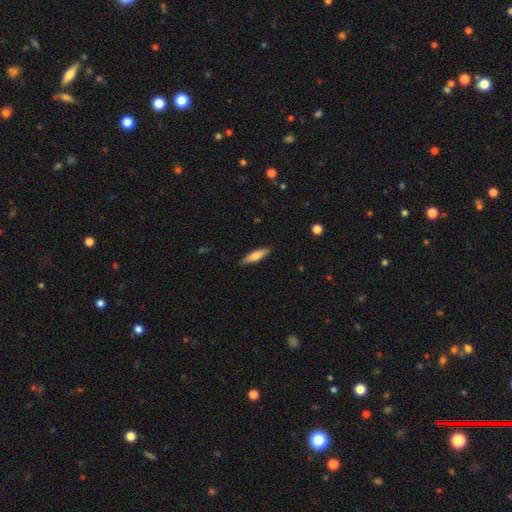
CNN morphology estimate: A smooth galaxy with no disk features (68%) that is cigar-shaped (67%).

Vote fractions:
- Smooth or featured? smooth: 68% / featured or disk: 26% / star or artifact: 6%
- How rounded? cigar-shaped: 67% / in between: 31% / round: 2%
- Merging? none: 87% / minor disturbance: 10% / major disturbance: 2% / merger: 1%